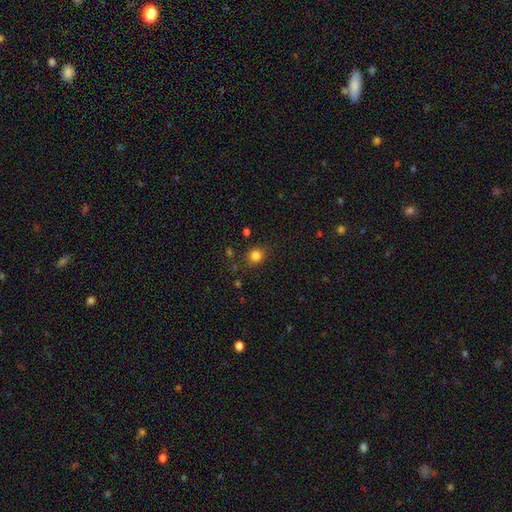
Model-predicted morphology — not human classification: type=smooth (83%); roundness=round (76%); merging=none (83%).